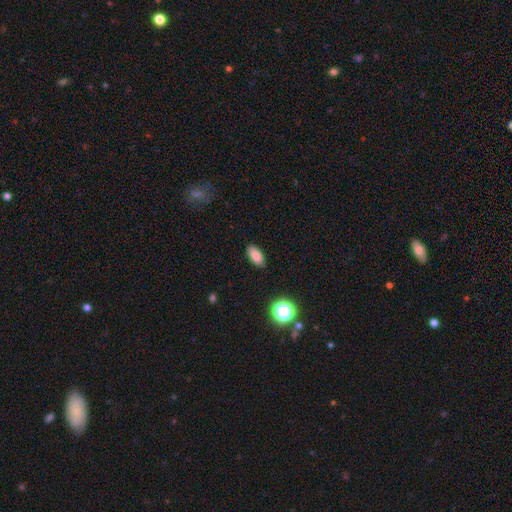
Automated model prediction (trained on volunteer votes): Morphology: type=smooth (84%); roundness=in between (89%); merging=none (87%).